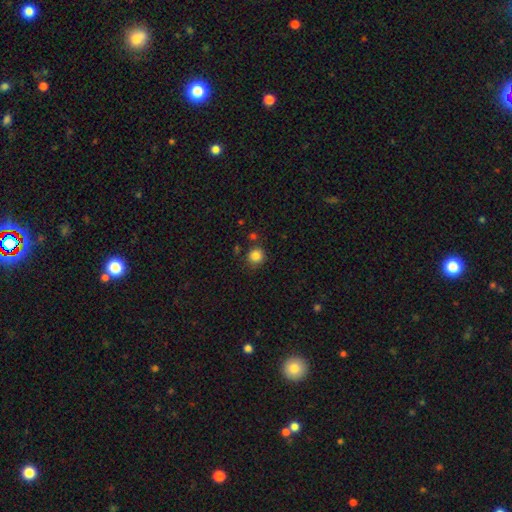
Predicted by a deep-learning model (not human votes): This is clearly a smooth galaxy (85%). How rounded: clearly round (91%). Merging: clearly none (82%).